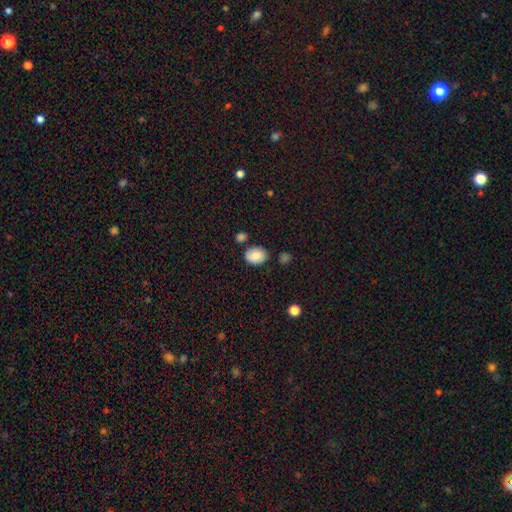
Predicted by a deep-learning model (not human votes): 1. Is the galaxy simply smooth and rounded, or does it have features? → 80% smooth, 12% featured or disk, 8% star or artifact.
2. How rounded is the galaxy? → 63% in between, 36% round, 1% cigar-shaped.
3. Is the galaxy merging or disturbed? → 78% none, 13% minor disturbance, 6% merger, 3% major disturbance.